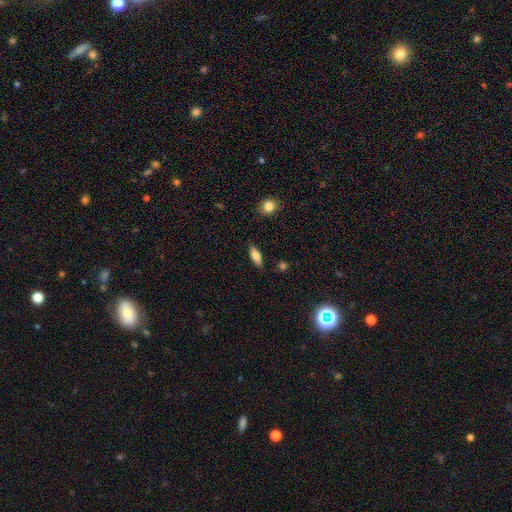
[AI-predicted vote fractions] The model was most divided on "how rounded": in between: 62%, cigar-shaped: 35%, round: 3%. More confident: merging — none (85%); smooth or featured — smooth (70%).